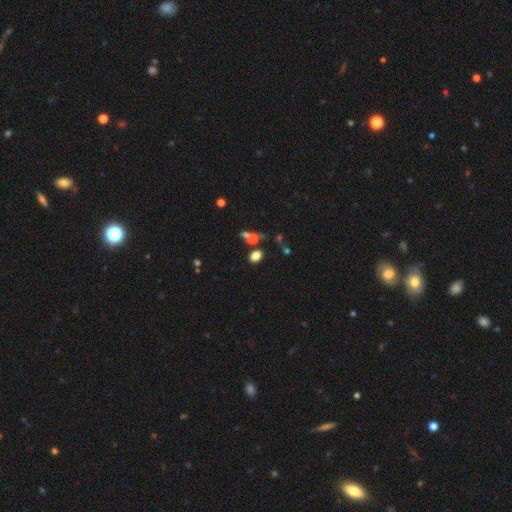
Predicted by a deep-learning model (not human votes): A smooth galaxy with no disk features (78%) that is in between round and cigar-shaped (72%). Merging: none (69%).